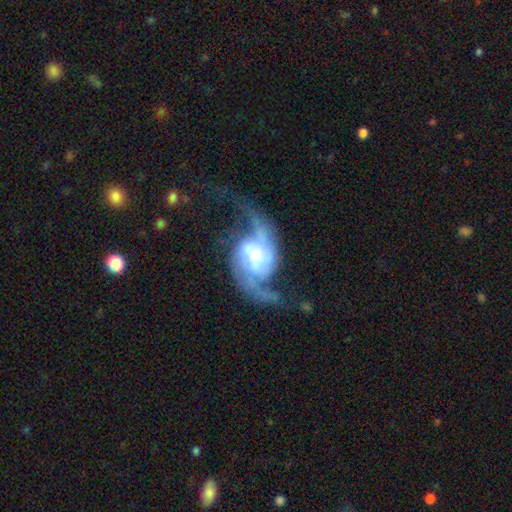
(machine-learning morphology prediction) This is clearly a featured or disk galaxy (90%). It is clearly not viewed edge-on (97%). Bar: possibly no (45%). Spiral arm pattern: clearly yes (98%). Spiral arm count: clearly 2 (92%). Spiral winding: possibly loose (59%). Central bulge: possibly small (49%). Merging: likely none (63%).